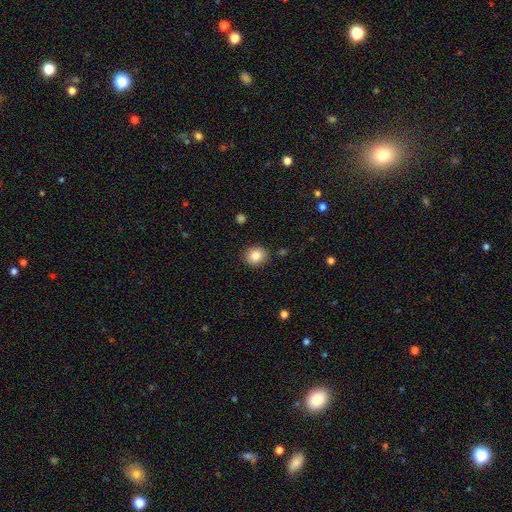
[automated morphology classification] smooth 85%, star or artifact 9%, featured or disk 6%. Down the decision tree: how rounded — round (73%); merging — none (87%).